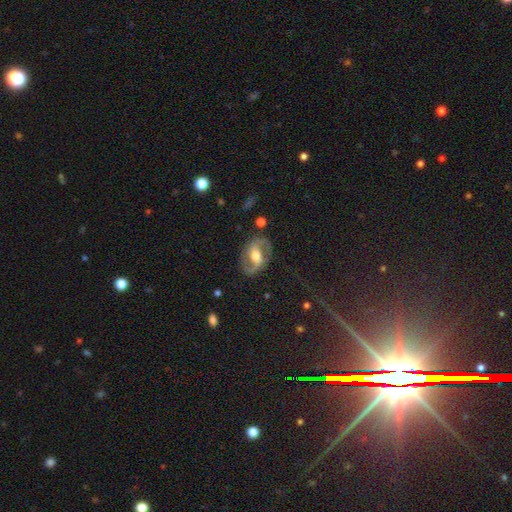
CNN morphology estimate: This is clearly a featured or disk galaxy (84%). It is clearly not viewed edge-on (97%). Bar: marginally weak (39%). Spiral arm pattern: clearly yes (90%). Spiral arm count: clearly 2 (92%). Spiral winding: possibly medium (53%). Central bulge: likely moderate (70%). Merging: clearly none (81%).